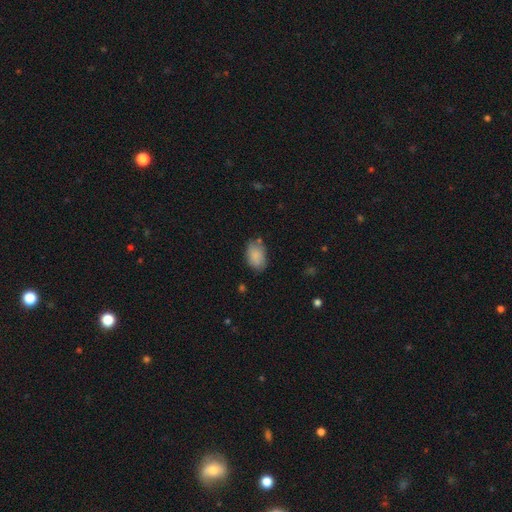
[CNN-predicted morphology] smooth_or_featured: smooth (p=0.86) [alt: star or artifact p=0.07]
how_rounded: in between (p=0.88) [alt: round p=0.10]
merging: none (p=0.74) [alt: minor disturbance p=0.19]